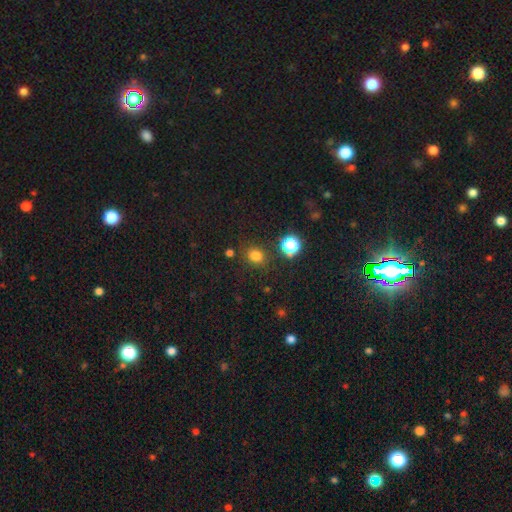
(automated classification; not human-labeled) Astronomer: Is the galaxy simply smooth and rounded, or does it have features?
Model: smooth — 76%.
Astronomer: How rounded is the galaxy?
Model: round — 69%.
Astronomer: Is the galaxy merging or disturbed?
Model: none — 82%.